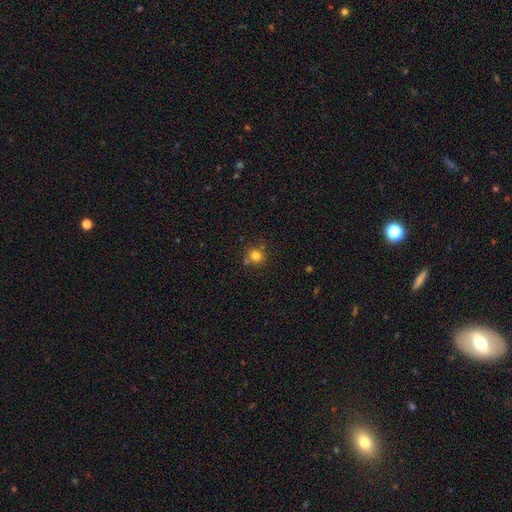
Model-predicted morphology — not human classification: smooth_or_featured: smooth (p=0.79) [alt: star or artifact p=0.14]
how_rounded: round (p=0.90) [alt: in between p=0.09]
merging: none (p=0.71) [alt: merger p=0.15]